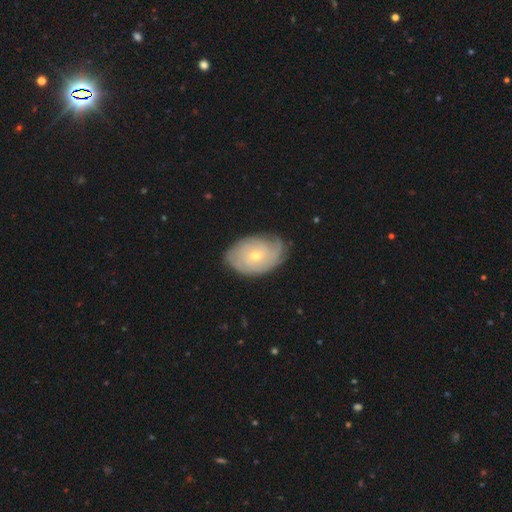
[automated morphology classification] Overall: featured or disk (65%; smooth 29%). Edge-on disk: no (94%). Bar: no (80%). Spiral arms: yes (80%). Bulge size: small (60%; moderate 37%). Merging: none (74%).